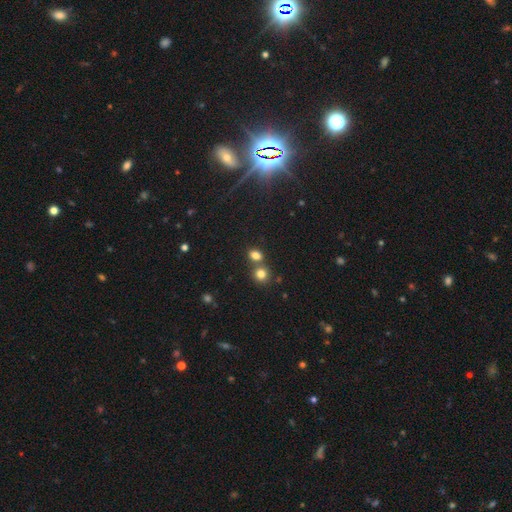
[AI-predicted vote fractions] Morphology: type=smooth (77%); roundness=round (55%); merging=none (55%).